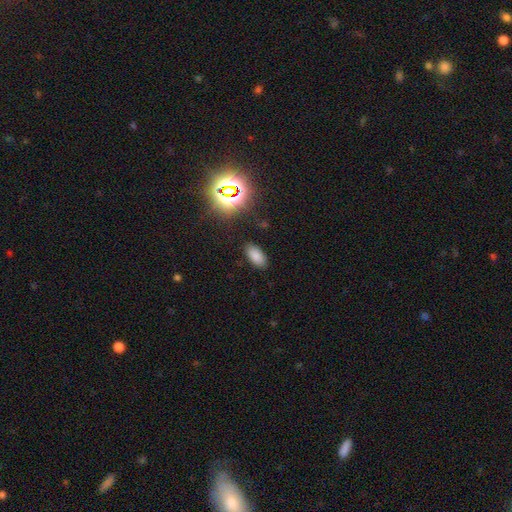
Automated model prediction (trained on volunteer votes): Smooth or featured?
  - smooth: 78% *
  - star or artifact: 16%
  - featured or disk: 6%
How rounded?
  - in between: 92% *
  - cigar-shaped: 4%
  - round: 4%
Merging?
  - none: 86% *
  - minor disturbance: 10%
  - major disturbance: 3%
  - merger: 2%